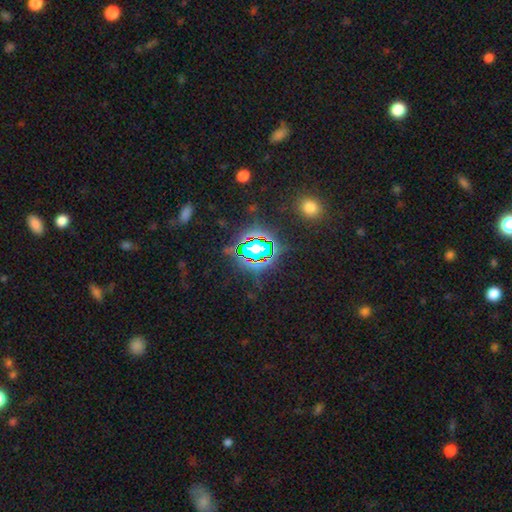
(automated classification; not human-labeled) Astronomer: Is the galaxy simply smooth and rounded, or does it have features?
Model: star or artifact — 78%.